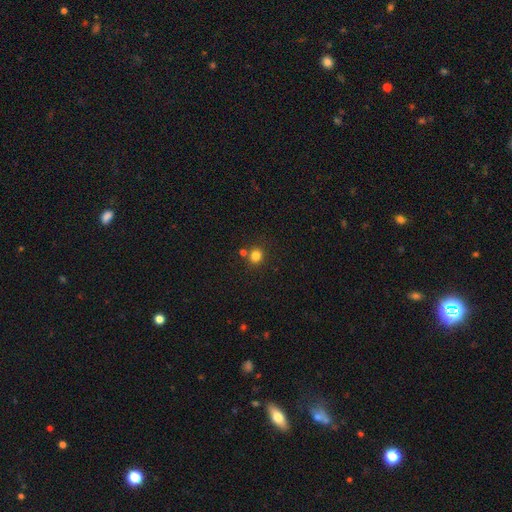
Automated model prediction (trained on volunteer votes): Smooth or featured? smooth (80%)
How rounded? round (86%)
Merging? none (77%)